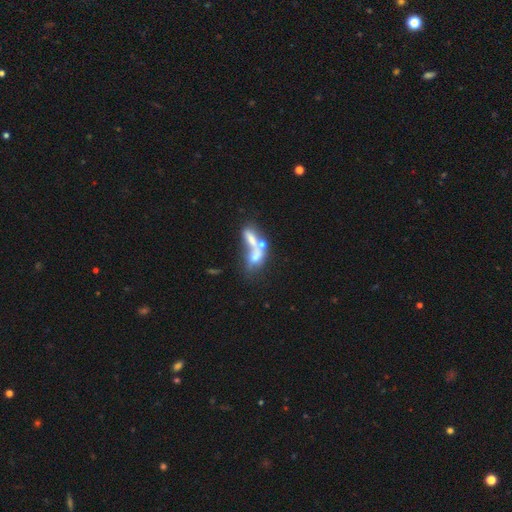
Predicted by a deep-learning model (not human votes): Overall: smooth (48%; featured or disk 40%). Merging: merger (66%).